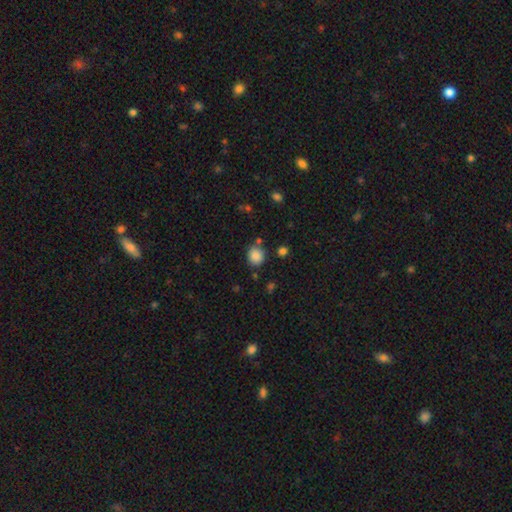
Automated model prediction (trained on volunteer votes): The model was most divided on "how rounded": round: 77%, in between: 22%, cigar-shaped: 1%. More confident: smooth or featured — smooth (86%); merging — none (77%).